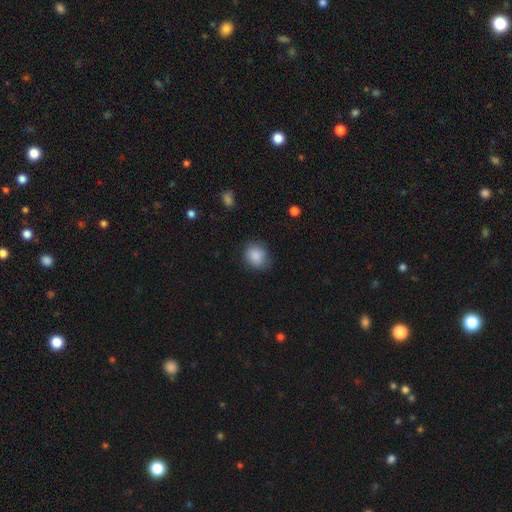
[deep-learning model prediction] Morphology: type=smooth (86%); roundness=round (58%); merging=none (73%).